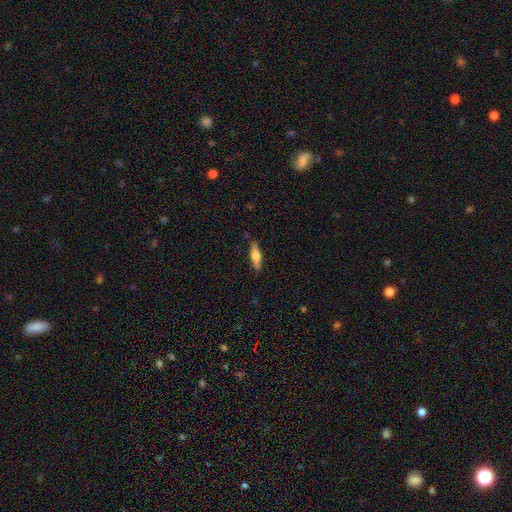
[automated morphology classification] type=smooth (56%); roundness=cigar-shaped (62%); merging=none (87%).